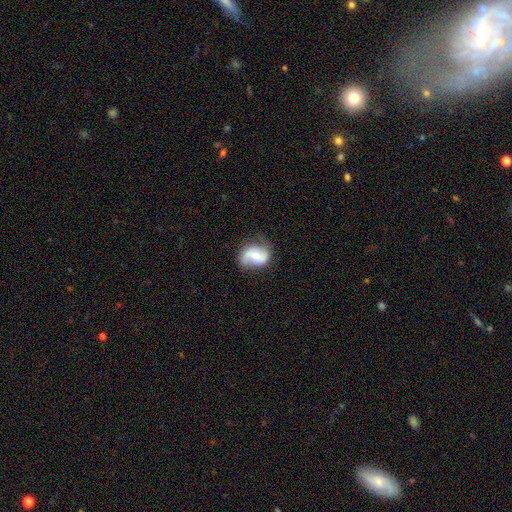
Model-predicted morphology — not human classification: featured or disk 66%, smooth 27%, star or artifact 7%. Down the decision tree: edge-on disk — no (97%); bar — no (46%); spiral arms — yes (88%); spiral arm count — 2 (84%); spiral winding — loose (50%); bulge size — moderate (54%); merging — none (66%).